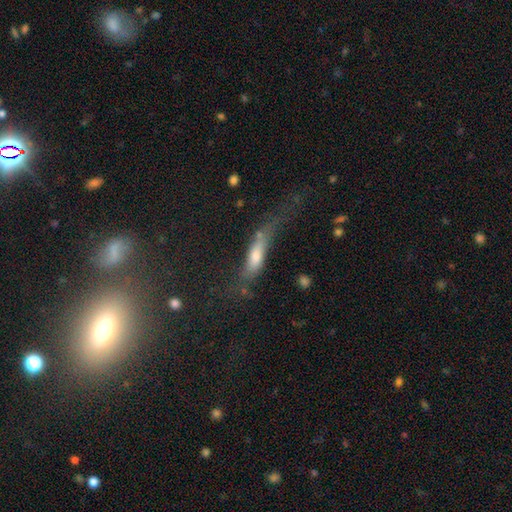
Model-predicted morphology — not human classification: smooth_or_featured: smooth (p=0.56) [alt: featured or disk p=0.33]
how_rounded: cigar-shaped (p=0.64) [alt: in between p=0.32]
merging: major disturbance (p=0.33) [tied with: none p=0.33]